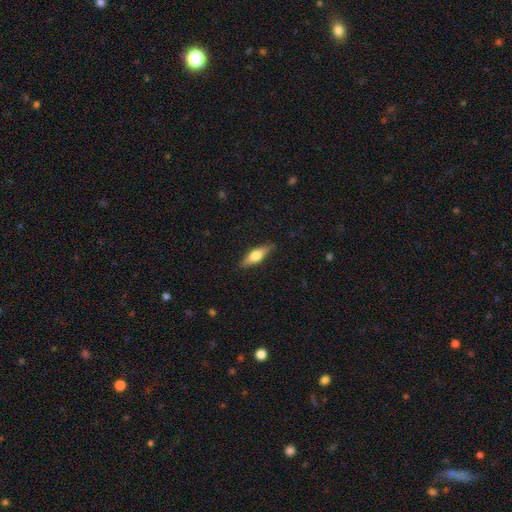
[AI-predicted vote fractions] A smooth galaxy with no disk features (53%) that is cigar-shaped (52%). Merging: none (87%).